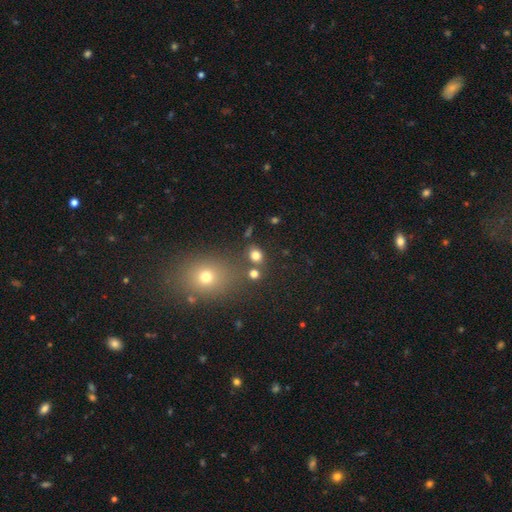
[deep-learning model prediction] smooth 77%, star or artifact 16%, featured or disk 7%. Down the decision tree: how rounded — round (58%); merging — none (73%).